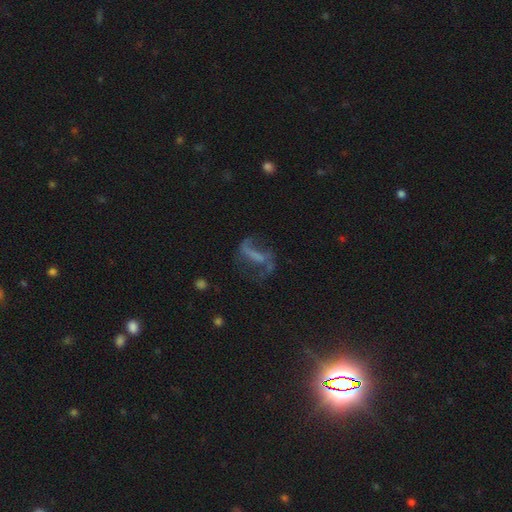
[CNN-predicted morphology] type=featured or disk (60%); edge-on=no (91%); bar=strong (43%); spiral arms=yes (65%); bulge=none (63%); merging=none (42%).